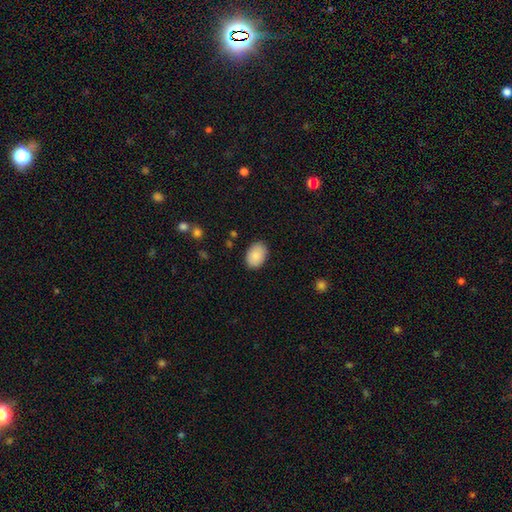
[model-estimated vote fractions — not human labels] Smooth or featured?
  - smooth: 88% *
  - star or artifact: 6%
  - featured or disk: 5%
How rounded?
  - in between: 85% *
  - round: 14%
  - cigar-shaped: 1%
Merging?
  - none: 88% *
  - minor disturbance: 9%
  - major disturbance: 2%
  - merger: 1%